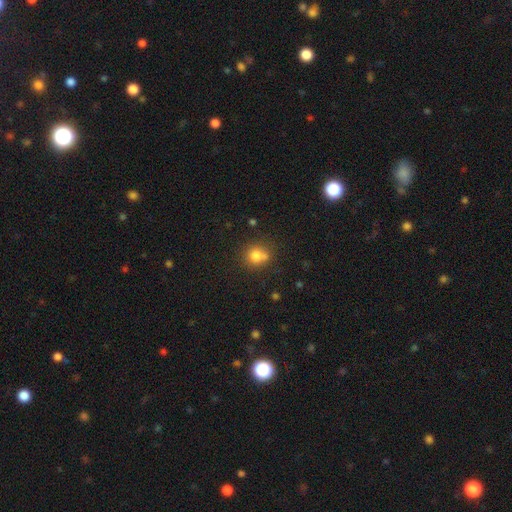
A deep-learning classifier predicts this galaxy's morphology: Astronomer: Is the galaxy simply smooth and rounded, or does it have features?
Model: smooth — 77%.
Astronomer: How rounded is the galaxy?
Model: round — 81%.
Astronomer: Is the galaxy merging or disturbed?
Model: none — 55%.